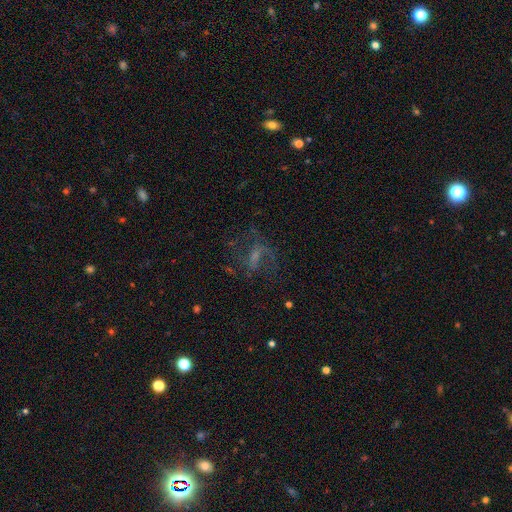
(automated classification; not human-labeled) featured or disk 59%, smooth 22%, star or artifact 19%. Down the decision tree: edge-on disk — no (95%); bar — weak (45%); spiral arms — yes (68%); bulge size — small (41%); merging — none (51%).